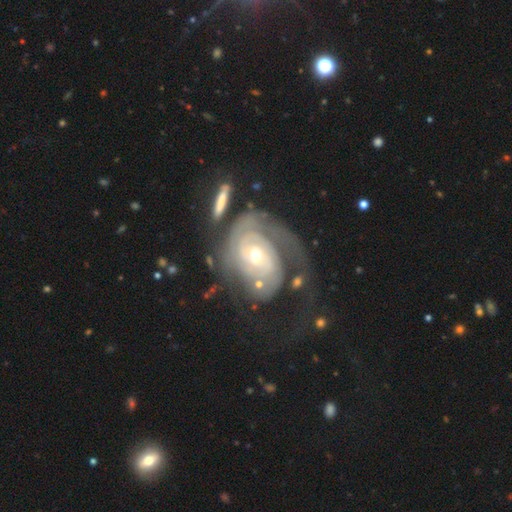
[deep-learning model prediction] featured or disk 88%, smooth 7%, star or artifact 5%. Down the decision tree: edge-on disk — no (96%); bar — no (65%); spiral arms — yes (95%); spiral arm count — 2 (43%); spiral winding — tight (68%); bulge size — moderate (49%); merging — none (40%).